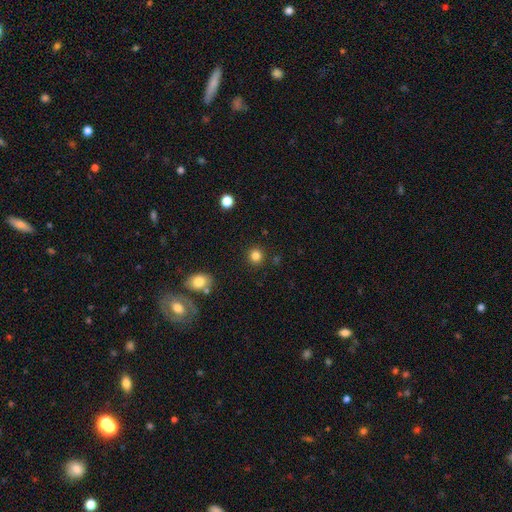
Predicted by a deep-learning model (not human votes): Smooth or featured: smooth — 83% (star or artifact — 12%)
How rounded: round — 91% (in between — 8%)
Merging: none — 89% (minor disturbance — 6%)